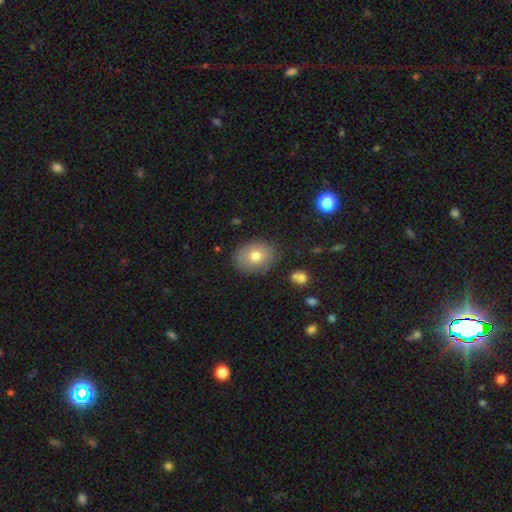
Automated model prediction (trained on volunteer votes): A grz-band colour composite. It shows a smooth galaxy with no disk features (71%) that is in between round and cigar-shaped (57%). Merging: none (80%).